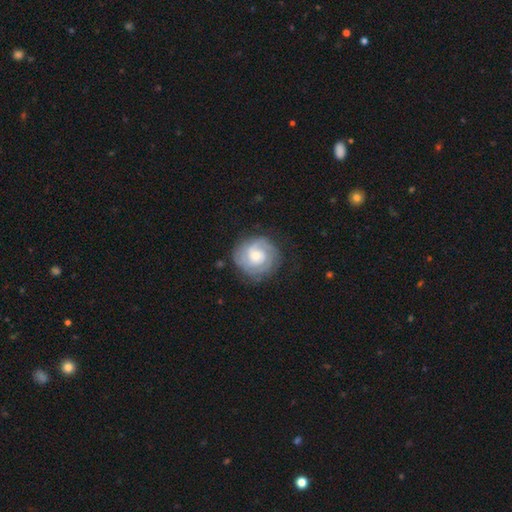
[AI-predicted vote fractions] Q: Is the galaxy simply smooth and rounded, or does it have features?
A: featured or disk — 79%.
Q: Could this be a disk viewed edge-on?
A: no — 98%.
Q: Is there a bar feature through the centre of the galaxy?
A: no — 65%.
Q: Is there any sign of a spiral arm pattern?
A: yes — 95%.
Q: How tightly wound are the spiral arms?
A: tight — 65%.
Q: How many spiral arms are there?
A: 2 — 46%.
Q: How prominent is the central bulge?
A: moderate — 53%.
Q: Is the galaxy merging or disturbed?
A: none — 78%.